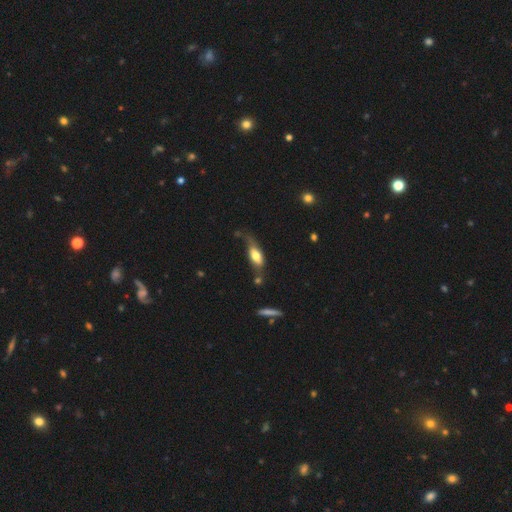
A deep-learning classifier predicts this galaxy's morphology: The model was most divided on "merging": none: 38%, minor disturbance: 31%, major disturbance: 20%, merger: 11%. More confident: how rounded — in between (75%); smooth or featured — smooth (67%).